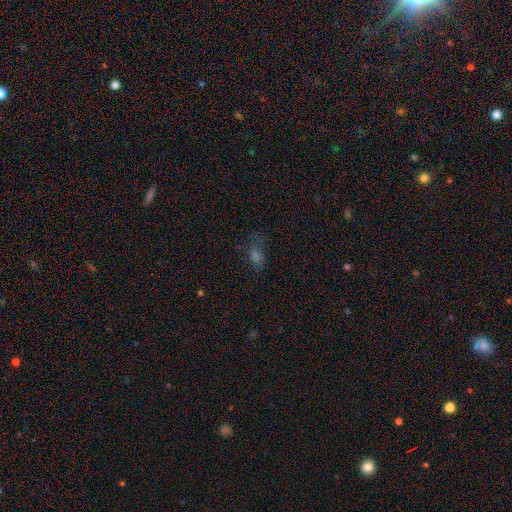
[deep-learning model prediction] smooth 50%, star or artifact 32%, featured or disk 18%. Down the decision tree: how rounded — in between (76%); merging — none (58%).